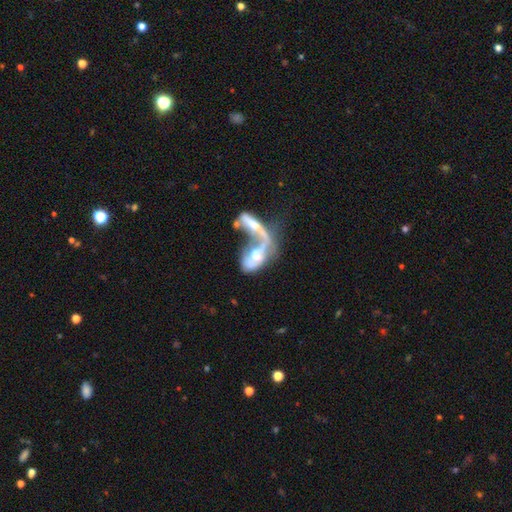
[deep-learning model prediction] The model was most divided on "spiral arms": no: 54%, yes: 46%. More confident: edge-on disk — no (86%); merging — merger (73%); bar — no (70%); smooth or featured — featured or disk (61%); bulge size — moderate (55%).